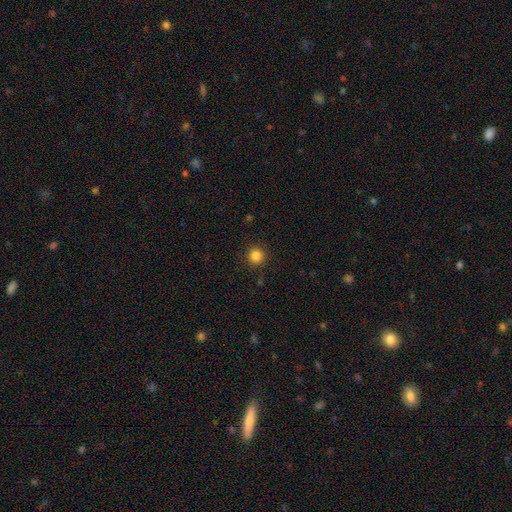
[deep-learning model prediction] Smooth or featured: smooth — 85% (star or artifact — 12%)
How rounded: round — 95% (in between — 4%)
Merging: none — 91% (minor disturbance — 6%)